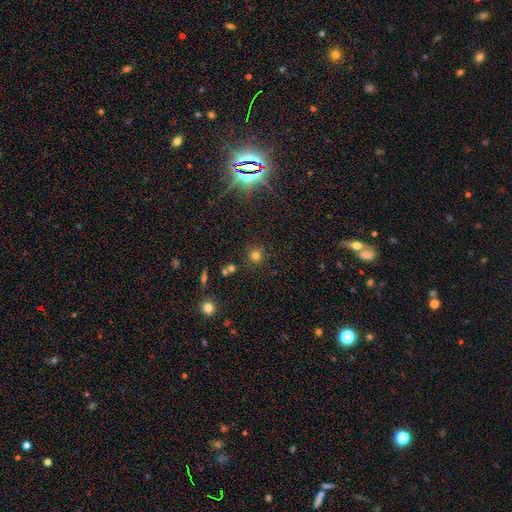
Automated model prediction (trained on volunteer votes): A smooth galaxy with no disk features (71%) that is round (93%). Merging: none (83%).